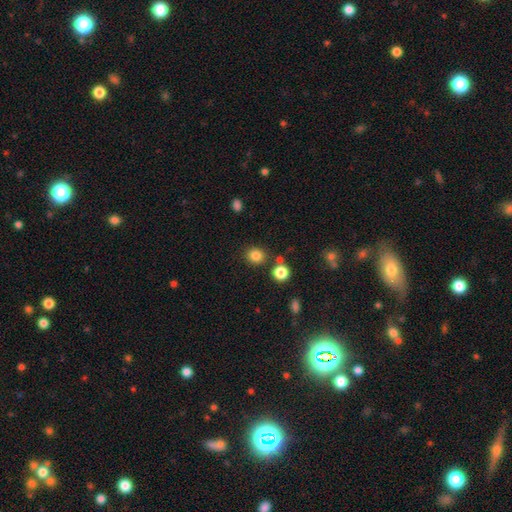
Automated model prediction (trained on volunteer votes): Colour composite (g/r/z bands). It shows a smooth galaxy with no disk features (83%) that is round (79%). Merging: none (82%).